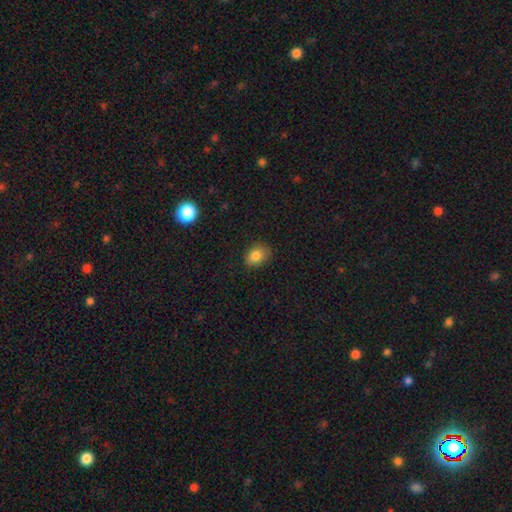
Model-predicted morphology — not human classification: Smooth or featured? smooth (83%)
How rounded? in between (69%)
Merging? none (83%)